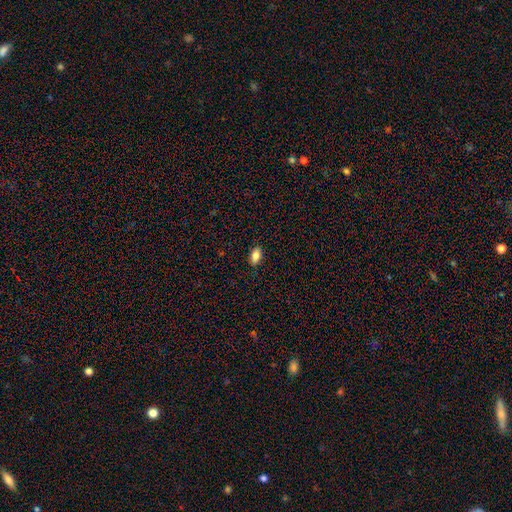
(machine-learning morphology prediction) Smooth or featured? smooth (83%)
How rounded? in between (90%)
Merging? none (89%)